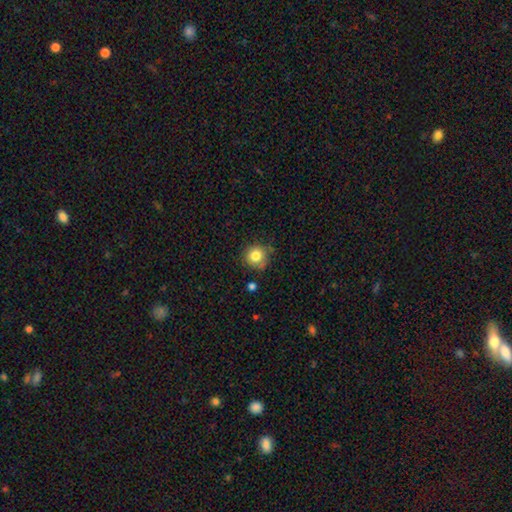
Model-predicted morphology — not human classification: smooth 82%, star or artifact 11%, featured or disk 8%. Down the decision tree: how rounded — round (91%); merging — none (74%).